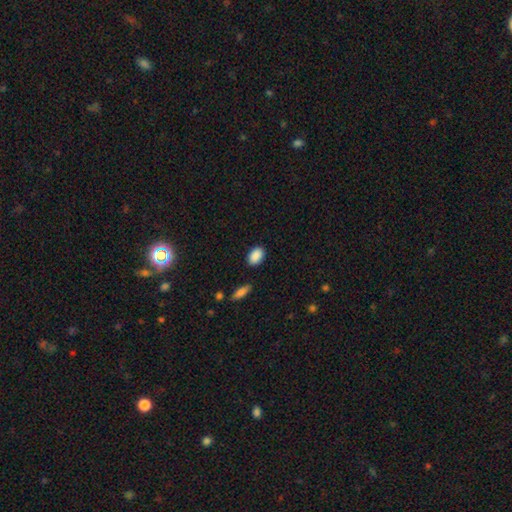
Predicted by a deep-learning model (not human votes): This appears to be a smooth galaxy with no disk features (90%) that is in between round and cigar-shaped (85%). Merging: none (85%).